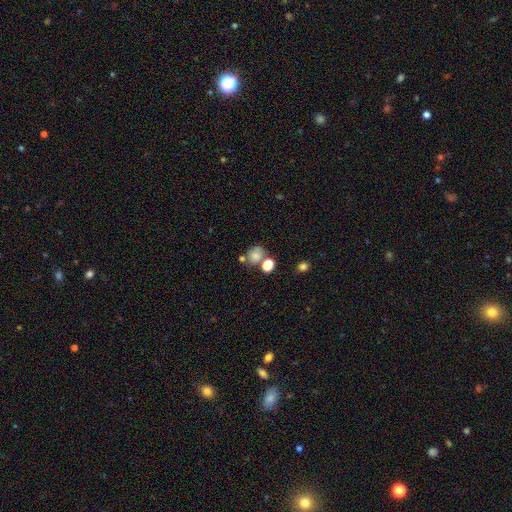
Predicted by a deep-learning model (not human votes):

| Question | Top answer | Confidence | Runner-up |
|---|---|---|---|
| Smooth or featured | smooth | 75% | star or artifact (14%) |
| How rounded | round | 63% | in between (36%) |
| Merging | none | 53% | merger (28%) |